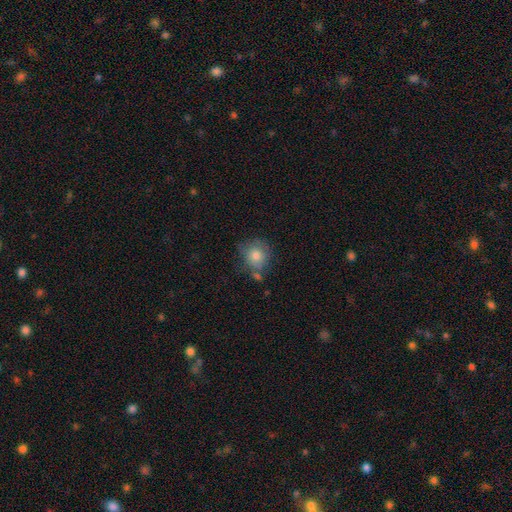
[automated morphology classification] This appears to be a smooth galaxy with no disk features (78%) that is round (87%). Merging: none (63%).